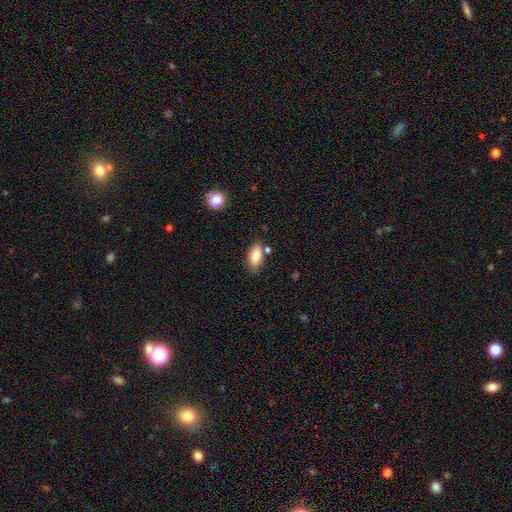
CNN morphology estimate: The model was most divided on "merging": none: 75%, minor disturbance: 15%, merger: 8%, major disturbance: 3%. More confident: how rounded — in between (86%); smooth or featured — smooth (82%).